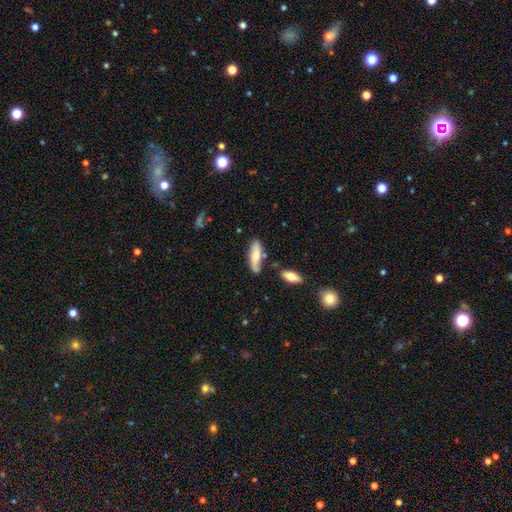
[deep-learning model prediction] Smooth or featured? Predicted: smooth (p=0.72). How rounded? Predicted: in between (p=0.53). Merging? Predicted: none (p=0.68).